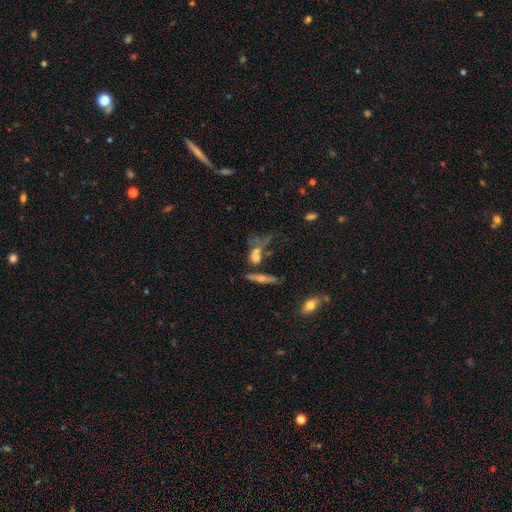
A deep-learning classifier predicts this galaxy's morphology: A featured or disk galaxy (42%).

Vote fractions:
- Smooth or featured? featured or disk: 42% / smooth: 36% / star or artifact: 22%
- Merging? none: 42% / merger: 28% / major disturbance: 15% / minor disturbance: 15%